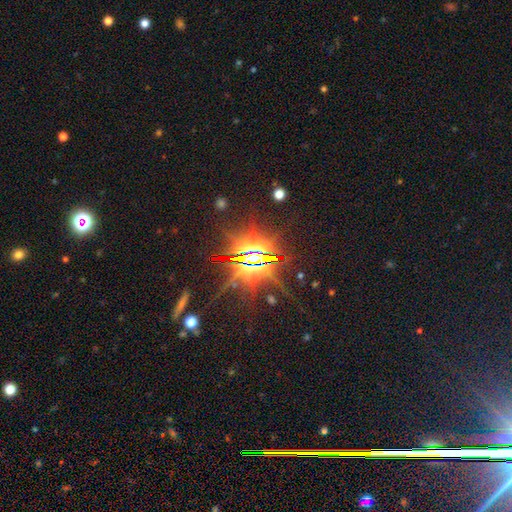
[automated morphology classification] A star or artifact, not a galaxy (81%).

Vote fractions:
- Smooth or featured? star or artifact: 81% / featured or disk: 11% / smooth: 8%